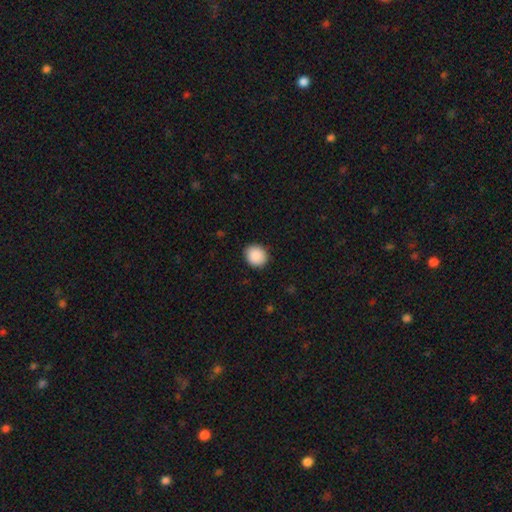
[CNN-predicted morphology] smooth_or_featured: smooth (p=0.90) [alt: star or artifact p=0.08]
how_rounded: round (p=0.77) [alt: in between p=0.22]
merging: none (p=0.90) [alt: minor disturbance p=0.07]